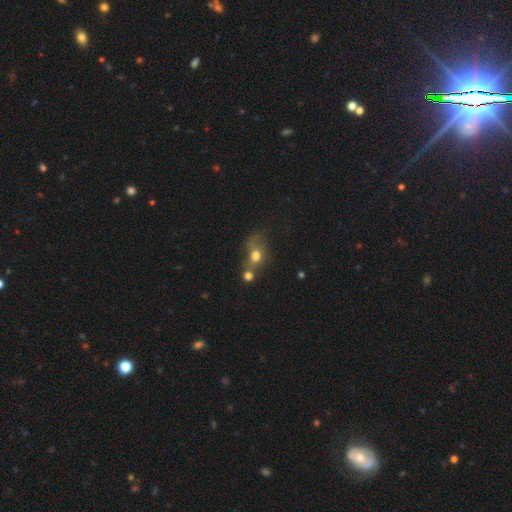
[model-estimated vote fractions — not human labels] A smooth galaxy with no disk features (69%) that is in between round and cigar-shaped (52%). Merging: merger (43%).